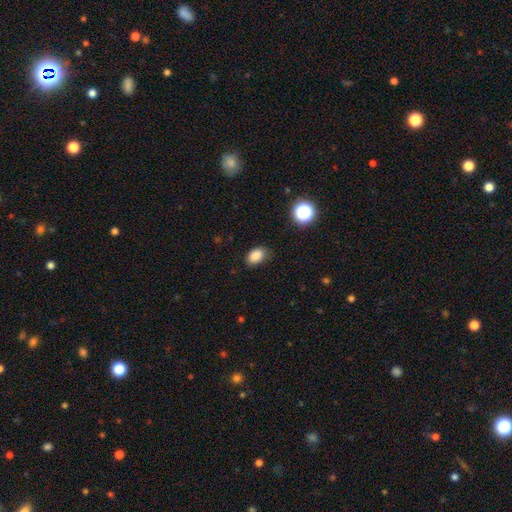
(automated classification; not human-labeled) Q: Smooth or featured?
A: smooth (85%); runner-up: star or artifact (11%)
Q: How rounded?
A: in between (84%); runner-up: round (14%)
Q: Merging?
A: none (78%); runner-up: minor disturbance (17%)